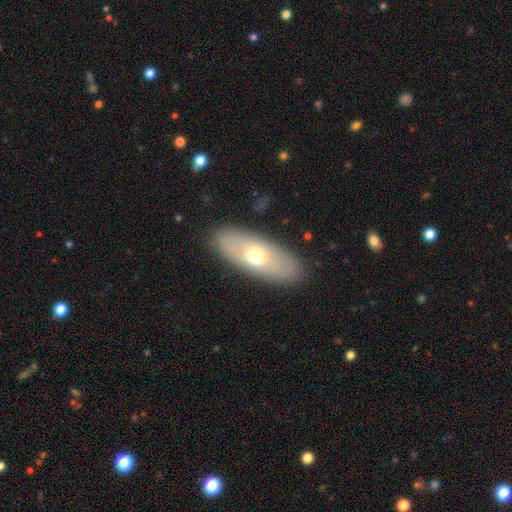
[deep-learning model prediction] Overall: smooth (60%; featured or disk 33%). How rounded: in between (78%). Merging: none (86%).